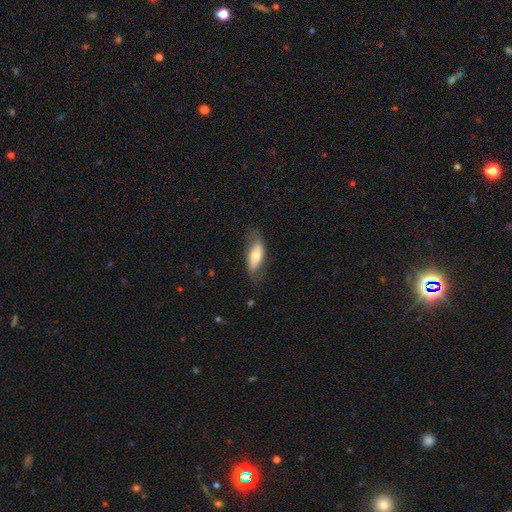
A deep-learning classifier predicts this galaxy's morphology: Smooth or featured? Predicted: smooth (p=0.59). How rounded? Predicted: in between (p=0.71). Merging? Predicted: none (p=0.65).